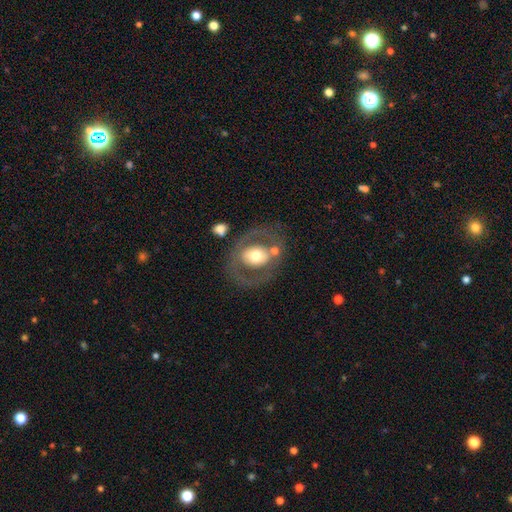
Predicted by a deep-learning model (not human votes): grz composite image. It shows a featured or disk galaxy (56%) with no bar (71%), no spiral arms (79%) and a moderate central bulge (61%). Merging: none (69%).